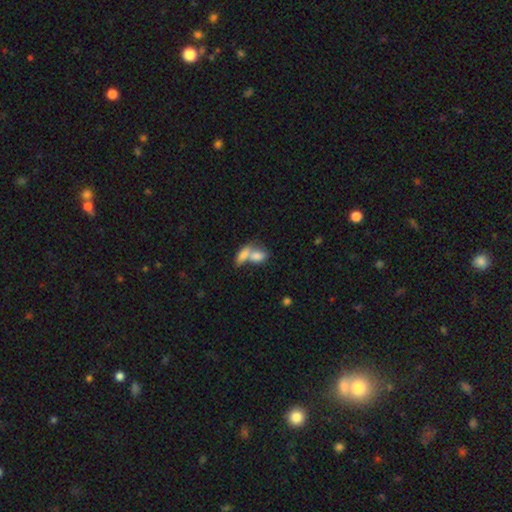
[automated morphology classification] smooth 78%, featured or disk 14%, star or artifact 7%. Down the decision tree: how rounded — in between (83%); merging — merger (70%).